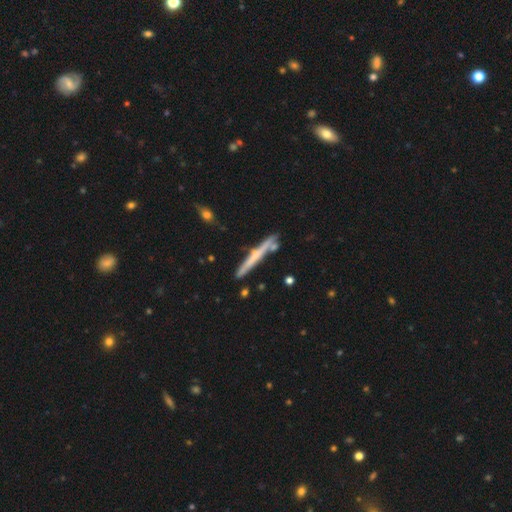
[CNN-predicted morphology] type=featured or disk (56%); edge-on=yes (96%); edge-on bulge=none (55%); merging=none (78%).